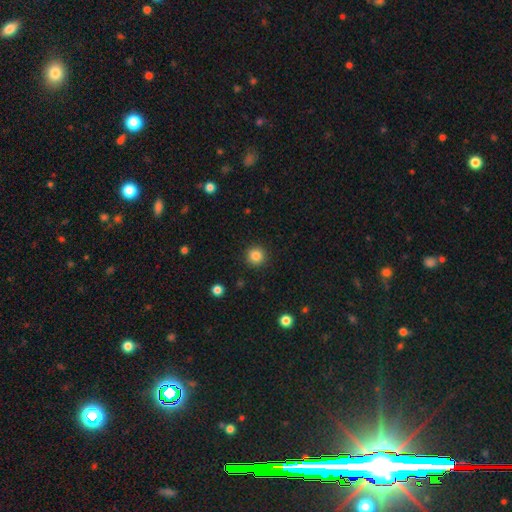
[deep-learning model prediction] This is clearly a smooth galaxy (84%). How rounded: clearly round (95%). Merging: clearly none (92%).